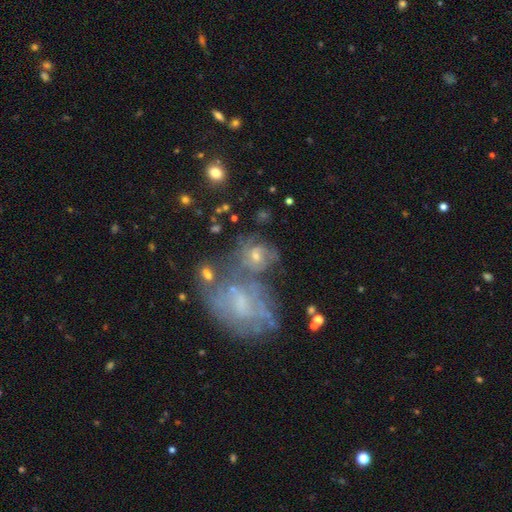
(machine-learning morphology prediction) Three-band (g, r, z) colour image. It shows a featured or disk galaxy (57%) with no bar (65%), spiral arms (63%) and a moderate central bulge (44%). Merging: merger (40%).